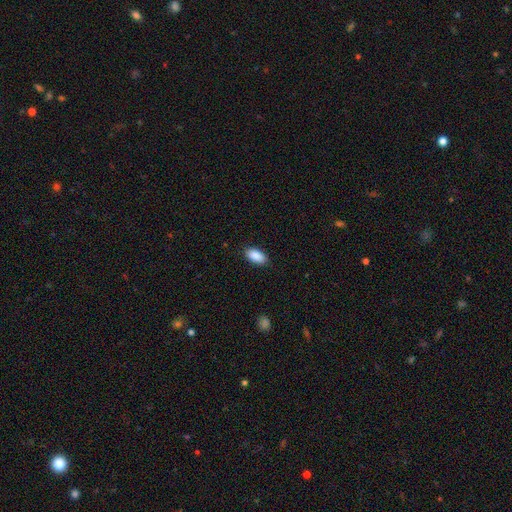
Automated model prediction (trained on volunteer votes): A smooth galaxy with no disk features (90%) that is in between round and cigar-shaped (94%). Merging: none (88%).